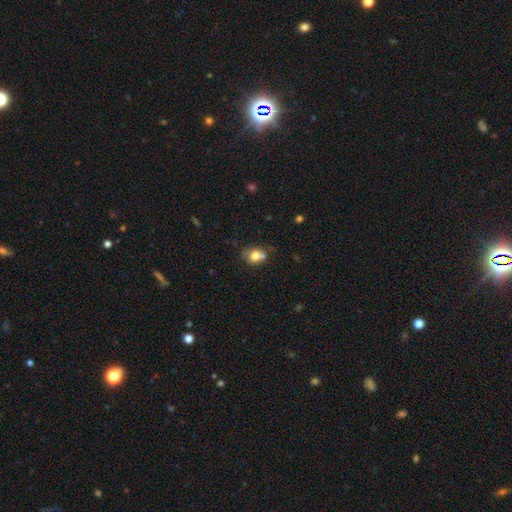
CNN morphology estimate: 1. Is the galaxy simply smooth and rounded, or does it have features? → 77% smooth, 13% featured or disk, 11% star or artifact.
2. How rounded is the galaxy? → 58% round, 41% in between, 1% cigar-shaped.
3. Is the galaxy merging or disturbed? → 55% none, 22% merger, 18% minor disturbance, 5% major disturbance.